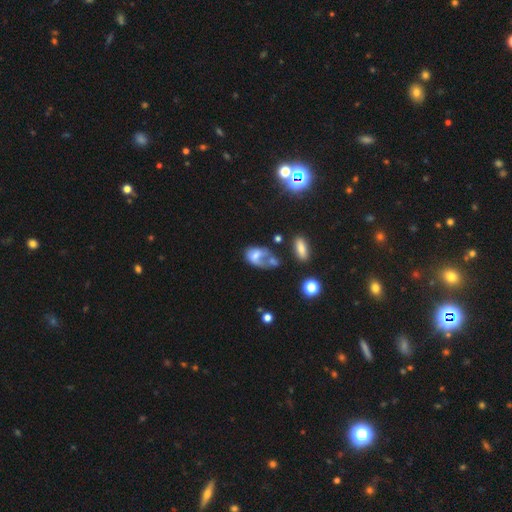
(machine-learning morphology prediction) Smooth or featured? Predicted: smooth (p=0.51). How rounded? Predicted: in between (p=0.81). Merging? Predicted: major disturbance (p=0.33).